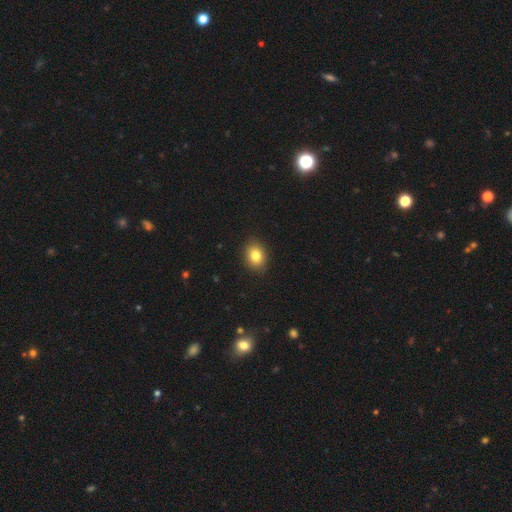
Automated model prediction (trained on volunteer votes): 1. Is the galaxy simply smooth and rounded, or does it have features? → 81% smooth, 10% star or artifact, 8% featured or disk.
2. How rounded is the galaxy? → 56% in between, 43% round, 1% cigar-shaped.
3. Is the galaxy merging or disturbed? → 89% none, 8% minor disturbance, 2% major disturbance, 1% merger.